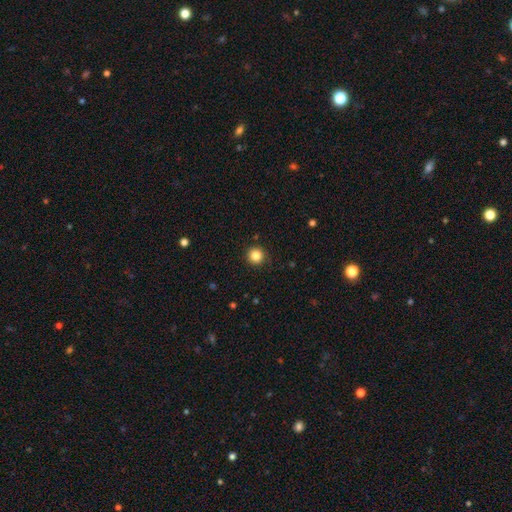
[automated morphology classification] Smooth or featured? smooth (85%)
How rounded? round (95%)
Merging? none (91%)